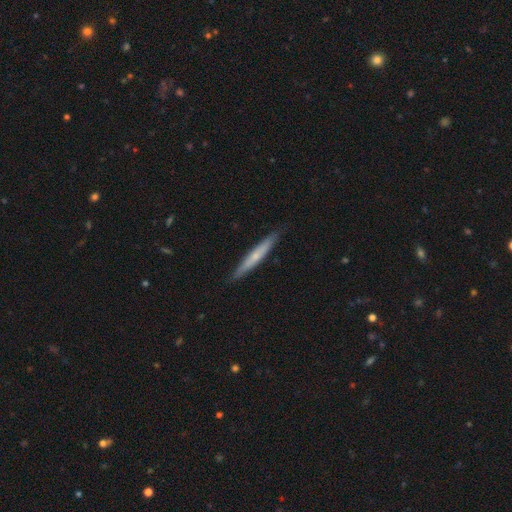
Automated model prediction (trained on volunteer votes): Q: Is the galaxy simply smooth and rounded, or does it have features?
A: smooth — 50%.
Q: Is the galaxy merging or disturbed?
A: none — 88%.